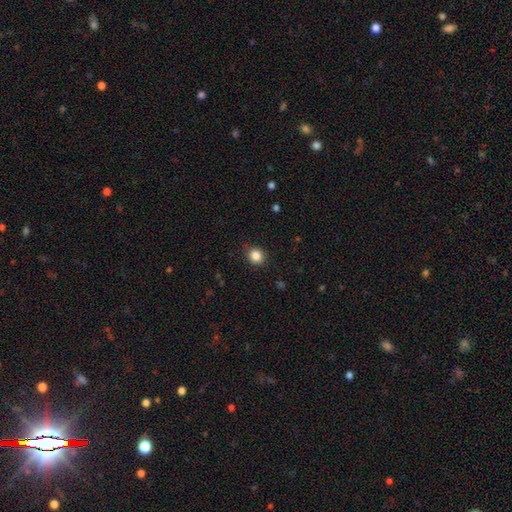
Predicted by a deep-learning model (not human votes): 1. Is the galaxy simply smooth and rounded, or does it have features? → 85% smooth, 11% star or artifact, 4% featured or disk.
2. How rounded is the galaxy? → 83% round, 16% in between, 1% cigar-shaped.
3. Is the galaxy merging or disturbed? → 88% none, 9% minor disturbance, 2% major disturbance, 1% merger.